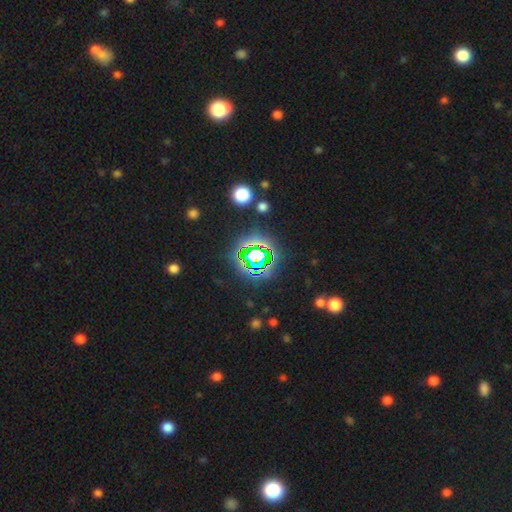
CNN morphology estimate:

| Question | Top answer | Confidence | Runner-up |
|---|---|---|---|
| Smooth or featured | star or artifact | 74% | smooth (15%) |